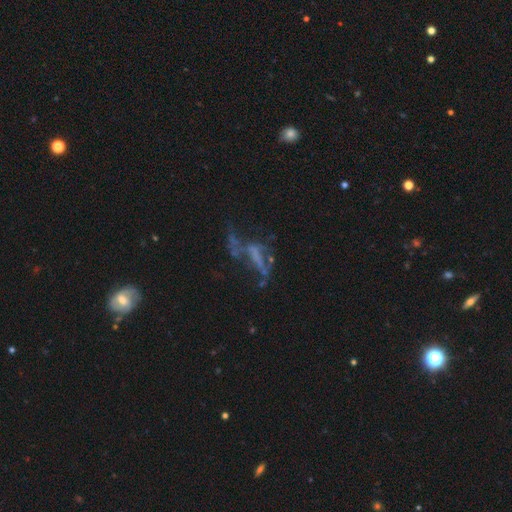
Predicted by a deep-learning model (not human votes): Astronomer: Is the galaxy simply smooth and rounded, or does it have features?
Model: featured or disk — 56%.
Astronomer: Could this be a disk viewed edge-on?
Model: no — 87%.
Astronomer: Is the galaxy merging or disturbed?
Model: major disturbance — 40% (runner-up: none, 30%).